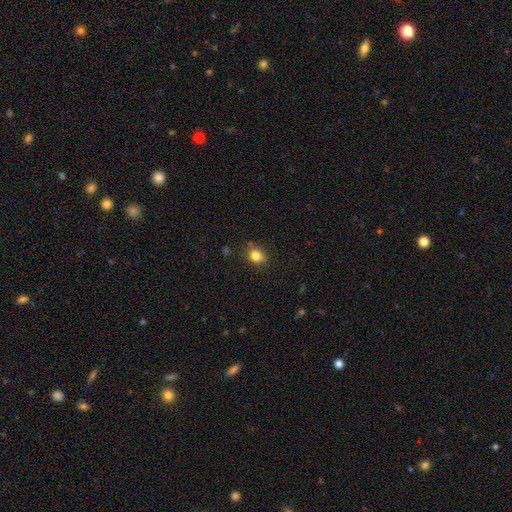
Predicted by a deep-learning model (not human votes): Morphology: type=smooth (83%); roundness=round (64%); merging=none (82%).